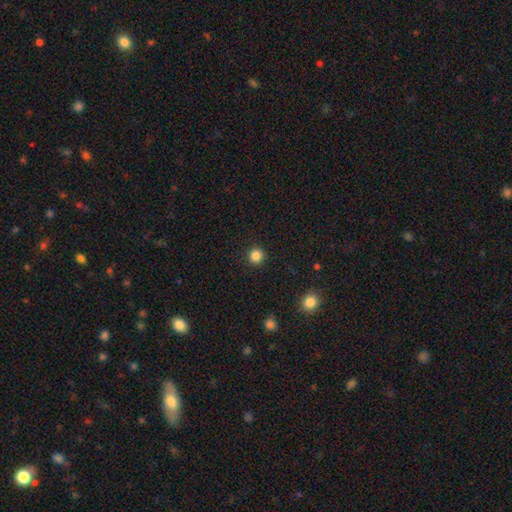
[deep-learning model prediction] This appears to be a smooth galaxy with no disk features (85%) that is round (94%). Merging: none (92%).